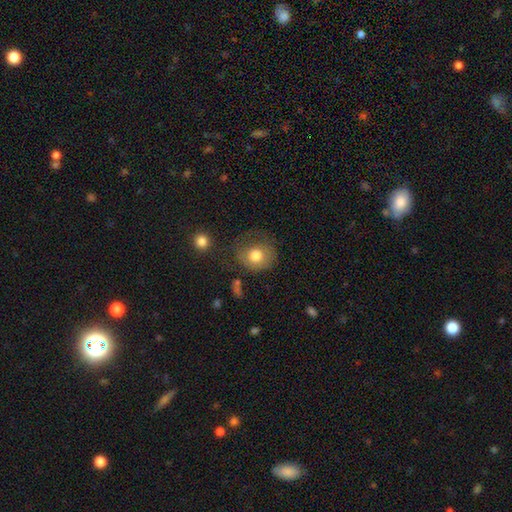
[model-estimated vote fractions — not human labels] Overall: smooth (76%). How rounded: round (78%). Merging: none (53%; minor disturbance 25%).